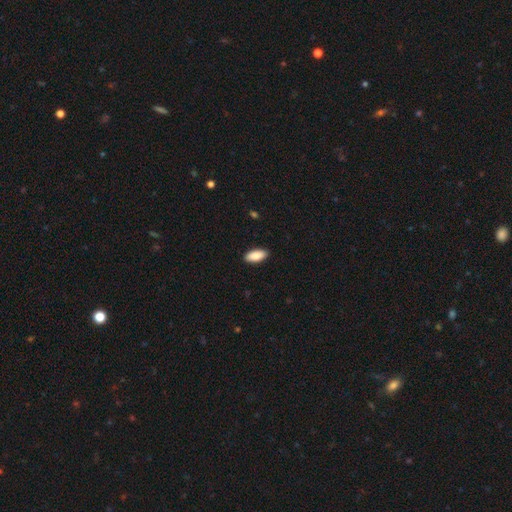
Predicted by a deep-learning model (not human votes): Smooth or featured? Predicted: smooth (p=0.89). How rounded? Predicted: in between (p=0.88). Merging? Predicted: none (p=0.90).